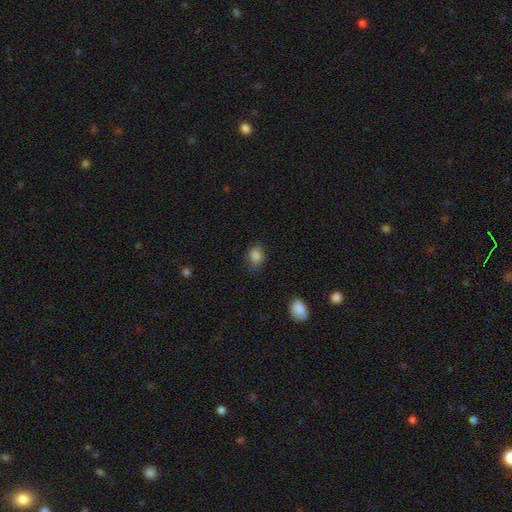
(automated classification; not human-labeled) Smooth or featured? Predicted: smooth (p=0.84). How rounded? Predicted: in between (p=0.64). Merging? Predicted: none (p=0.65).